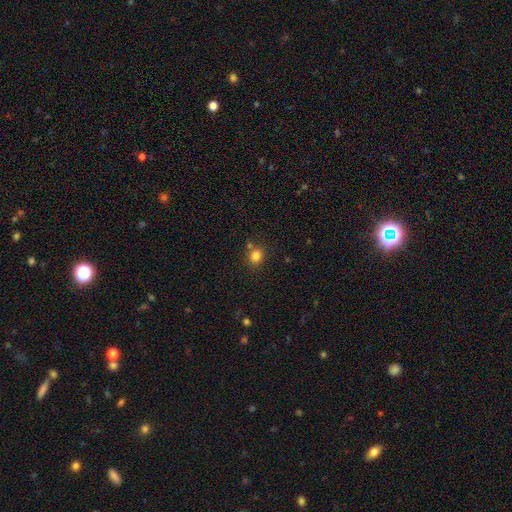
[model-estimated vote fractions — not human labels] This appears to be a smooth galaxy with no disk features (82%) that is round (82%). Merging: none (76%).